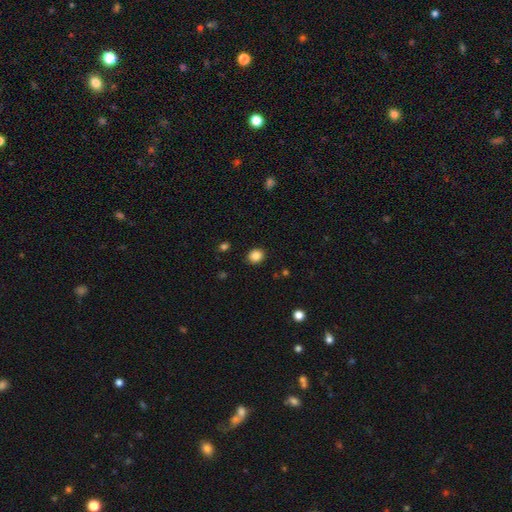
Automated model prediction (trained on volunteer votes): Smooth or featured: smooth — 86% (star or artifact — 10%)
How rounded: round — 77% (in between — 22%)
Merging: none — 91% (minor disturbance — 6%)